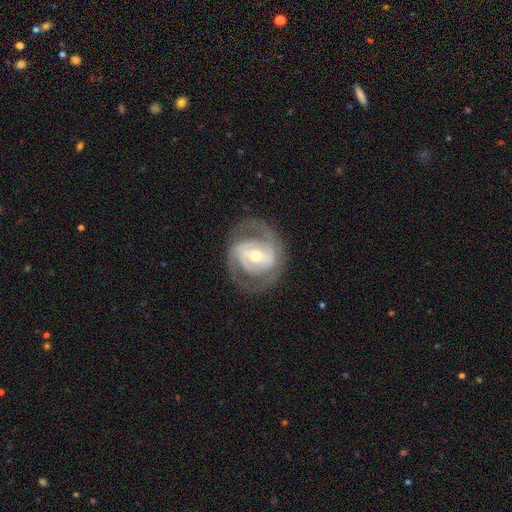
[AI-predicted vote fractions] This appears to be a featured or disk galaxy (83%) with a weak bar (38%), 2 (77%) tight (44%) spiral arms (85%) and a moderate central bulge (55%). Merging: none (75%).